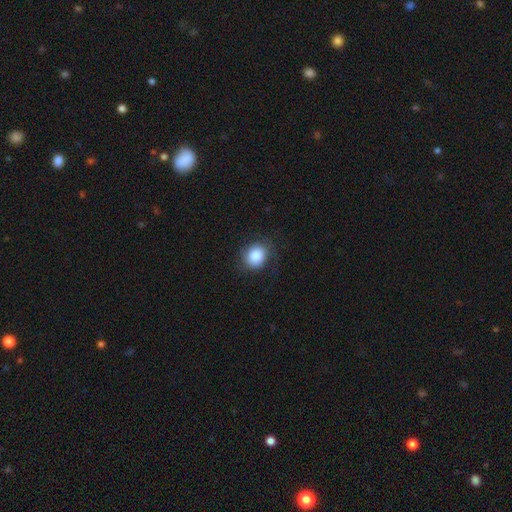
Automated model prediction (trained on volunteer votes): smooth 85%, star or artifact 9%, featured or disk 7%. Down the decision tree: how rounded — round (74%); merging — none (77%).